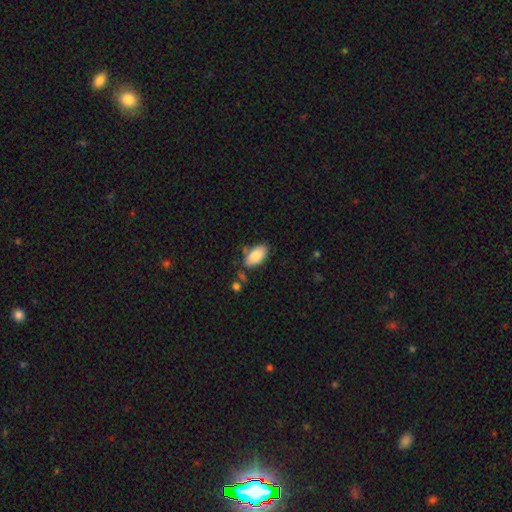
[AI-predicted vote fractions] Smooth or featured? smooth (85%)
How rounded? in between (94%)
Merging? none (73%)